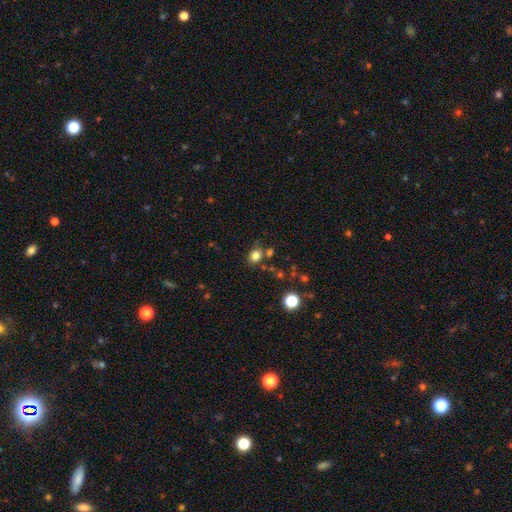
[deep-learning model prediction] Q: Smooth or featured?
A: smooth (80%); runner-up: star or artifact (14%)
Q: How rounded?
A: round (55%); runner-up: in between (44%)
Q: Merging?
A: none (70%); runner-up: minor disturbance (14%)